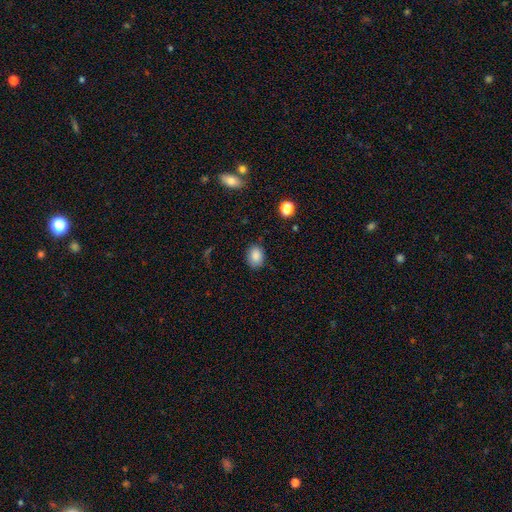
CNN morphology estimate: Smooth or featured?
  - smooth: 86% *
  - star or artifact: 9%
  - featured or disk: 5%
How rounded?
  - in between: 62% *
  - round: 37%
  - cigar-shaped: 1%
Merging?
  - none: 81% *
  - minor disturbance: 14%
  - major disturbance: 3%
  - merger: 1%